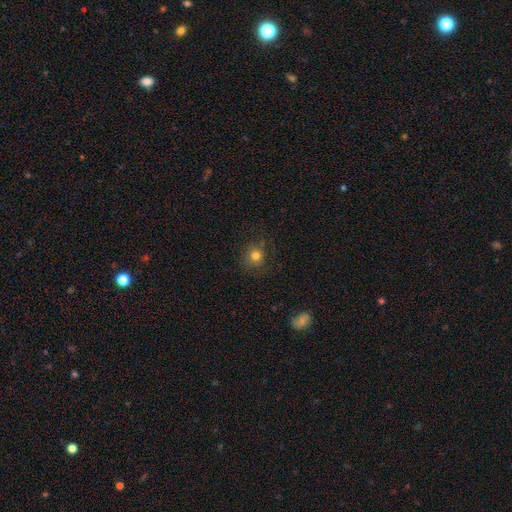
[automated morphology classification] type=smooth (78%); roundness=round (89%); merging=none (82%).